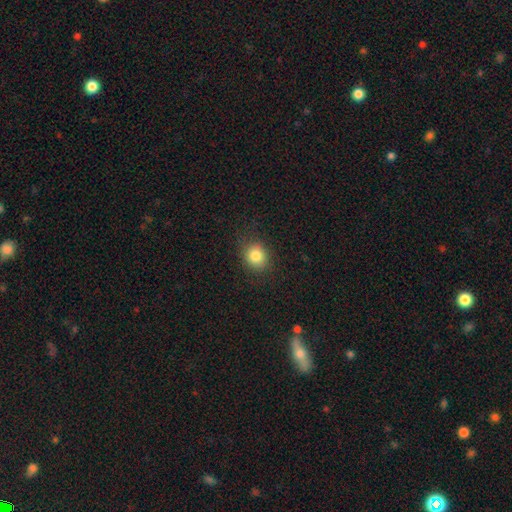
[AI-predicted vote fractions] The model was most divided on "how rounded": round: 74%, in between: 25%, cigar-shaped: 1%. More confident: merging — none (85%); smooth or featured — smooth (83%).